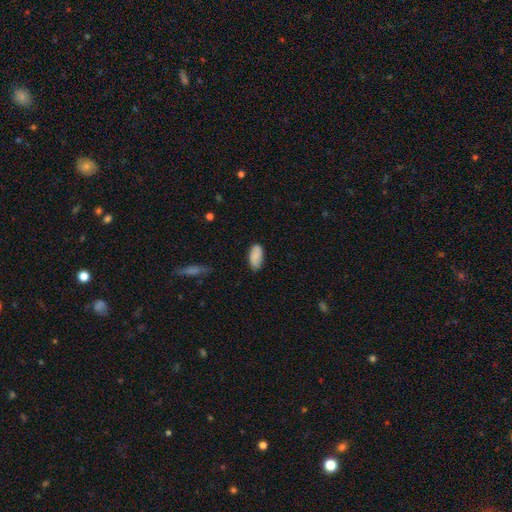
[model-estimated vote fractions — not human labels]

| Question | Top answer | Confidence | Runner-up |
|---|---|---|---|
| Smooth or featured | smooth | 81% | featured or disk (12%) |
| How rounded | in between | 93% | cigar-shaped (4%) |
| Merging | none | 74% | minor disturbance (21%) |